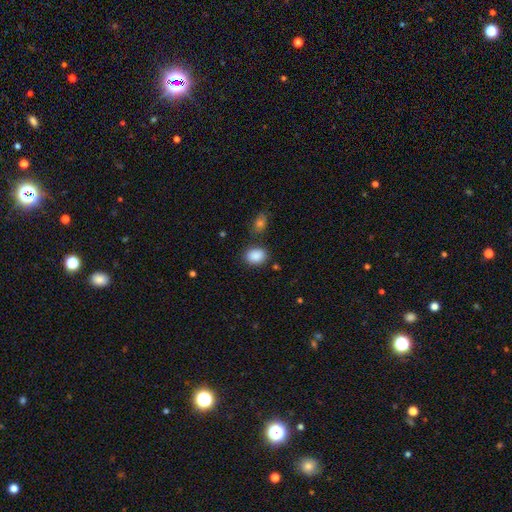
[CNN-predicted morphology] This appears to be a smooth galaxy with no disk features (88%) that is in between round and cigar-shaped (63%). Merging: none (79%).